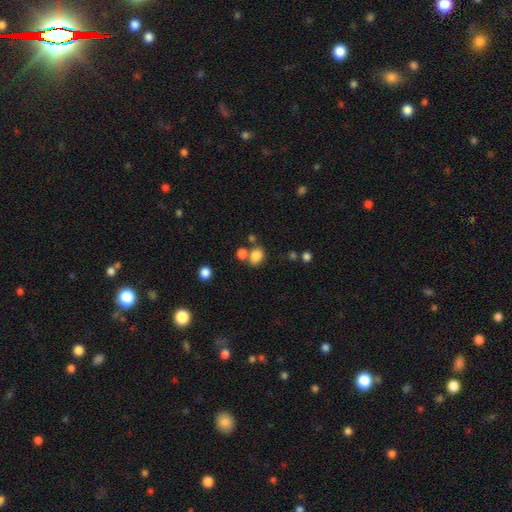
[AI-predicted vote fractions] Morphology: type=smooth (82%); roundness=in between (53%); merging=none (58%).